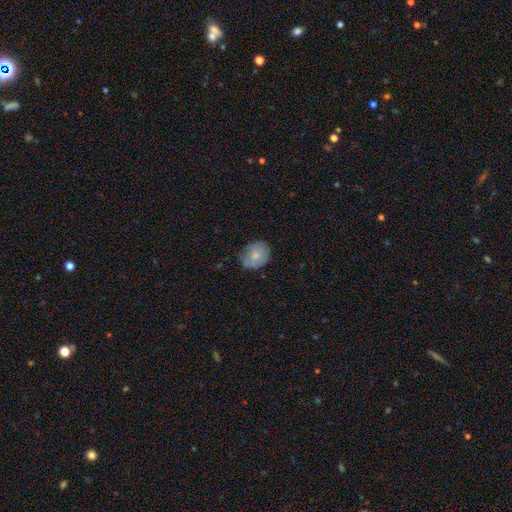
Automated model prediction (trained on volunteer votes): smooth_or_featured: smooth (p=0.74) [alt: featured or disk p=0.18]
how_rounded: round (p=0.55) [alt: in between p=0.44]
merging: none (p=0.70) [alt: minor disturbance p=0.23]